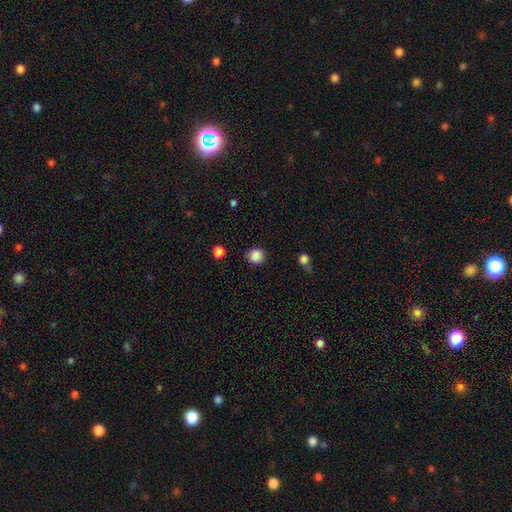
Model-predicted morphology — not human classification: Smooth or featured? Predicted: smooth (p=0.87). How rounded? Predicted: round (p=0.91). Merging? Predicted: none (p=0.86).